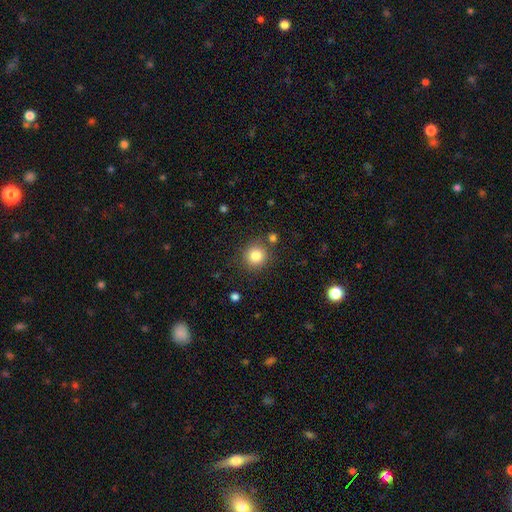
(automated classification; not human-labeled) Smooth or featured: smooth — 83% (star or artifact — 12%)
How rounded: round — 92% (in between — 7%)
Merging: none — 83% (minor disturbance — 8%)